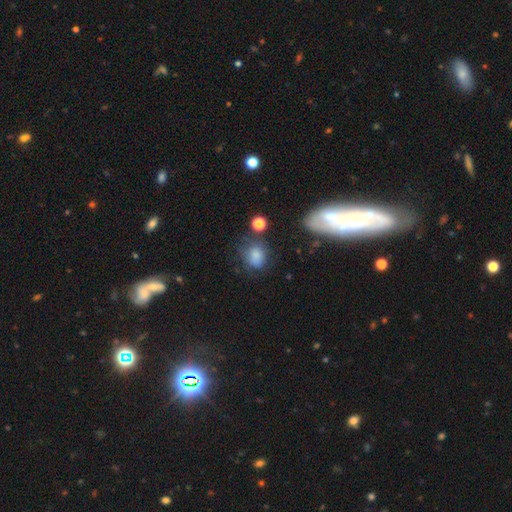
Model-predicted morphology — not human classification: smooth-or-featured: smooth: 77% | star or artifact: 13% | featured or disk: 9%
  how-rounded: round: 56% | in between: 43% | cigar-shaped: 1%
  merging: none: 53% | minor disturbance: 25% | major disturbance: 14% | merger: 8%